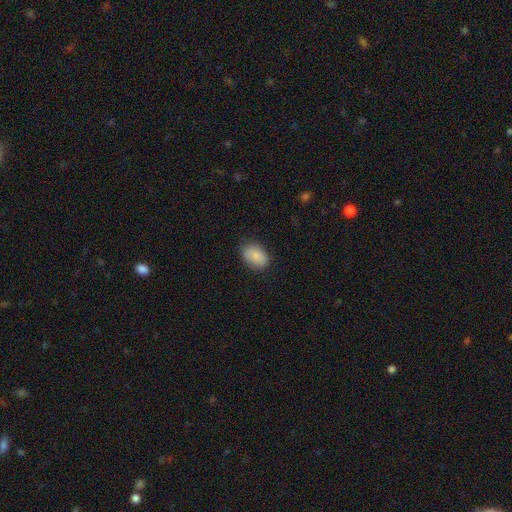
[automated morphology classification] smooth_or_featured: smooth (p=0.82) [alt: featured or disk p=0.11]
how_rounded: in between (p=0.80) [alt: round p=0.19]
merging: none (p=0.79) [alt: minor disturbance p=0.17]